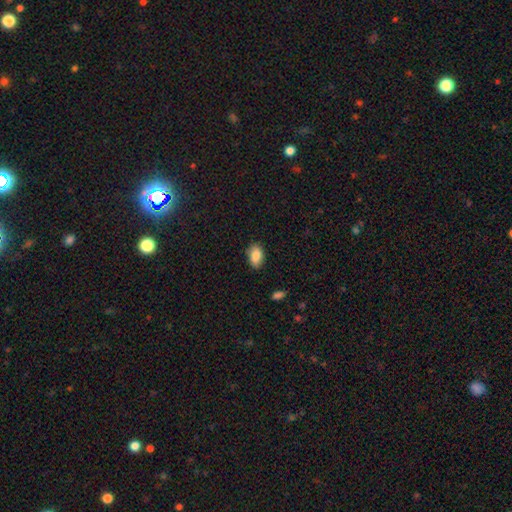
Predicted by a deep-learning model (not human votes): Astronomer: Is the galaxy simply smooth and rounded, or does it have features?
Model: smooth — 87%.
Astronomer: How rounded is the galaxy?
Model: in between — 90%.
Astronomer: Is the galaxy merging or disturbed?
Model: none — 82%.